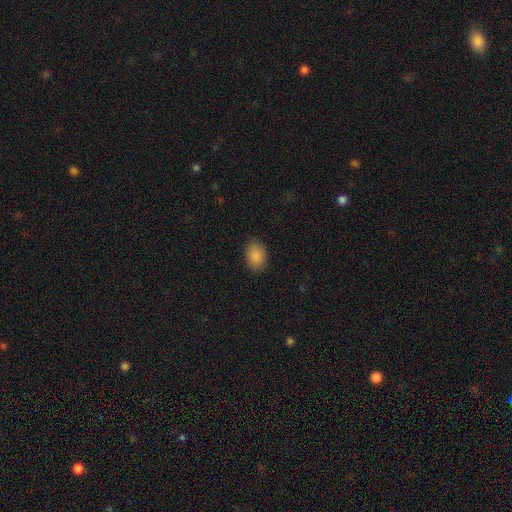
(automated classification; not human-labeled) smooth-or-featured: smooth: 89% | star or artifact: 8% | featured or disk: 4%
  how-rounded: in between: 76% | round: 23% | cigar-shaped: 1%
  merging: none: 86% | minor disturbance: 11% | major disturbance: 3% | merger: 1%